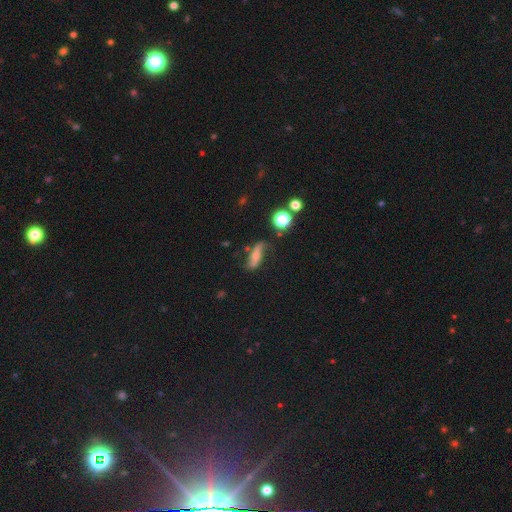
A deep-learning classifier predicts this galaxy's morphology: Smooth or featured: featured or disk — 56% (smooth — 33%)
Edge-on disk: no — 74% (yes — 26%)
Merging: none — 59% (minor disturbance — 24%)